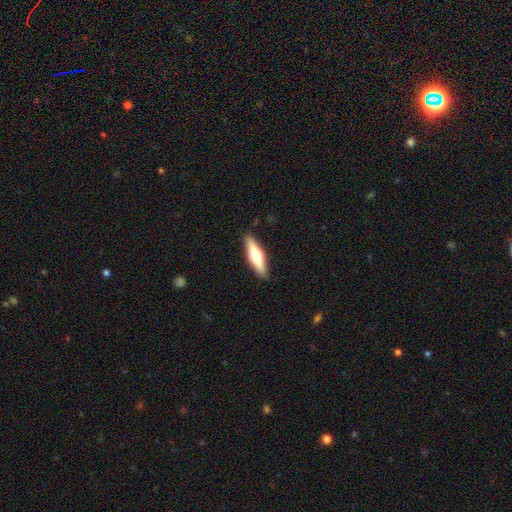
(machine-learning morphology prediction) smooth 47% (tied), featured or disk 47% (tied), star or artifact 5%. Down the decision tree: merging — none (89%).